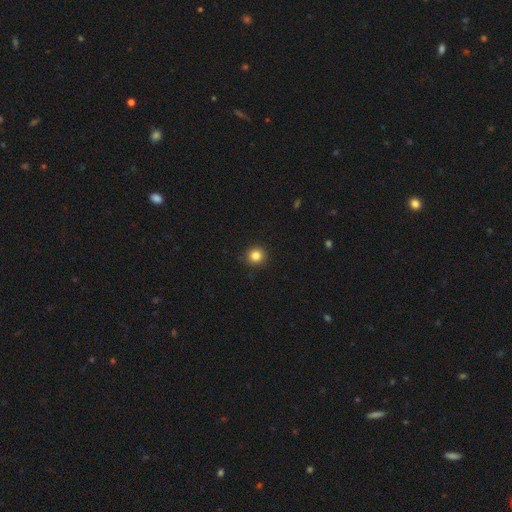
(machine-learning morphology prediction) Overall: smooth (84%). How rounded: round (93%). Merging: none (92%).